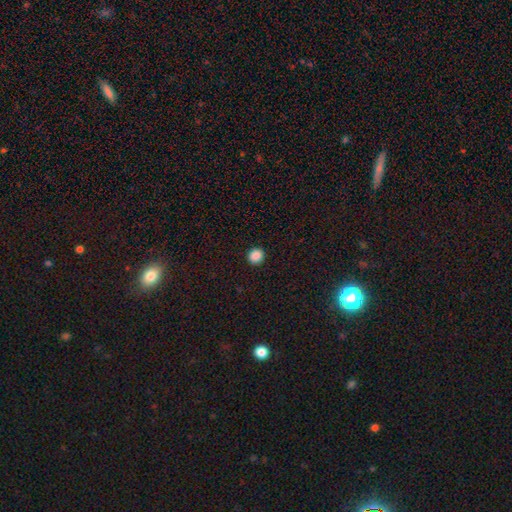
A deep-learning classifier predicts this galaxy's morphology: This is clearly a smooth galaxy (88%). How rounded: clearly round (89%). Merging: clearly none (93%).